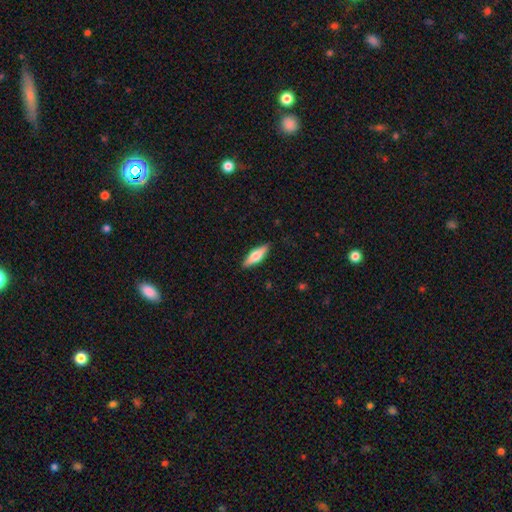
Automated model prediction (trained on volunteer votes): Q: Smooth or featured?
A: smooth (57%); runner-up: featured or disk (37%)
Q: How rounded?
A: cigar-shaped (50%); runner-up: in between (48%)
Q: Merging?
A: none (88%); runner-up: minor disturbance (9%)